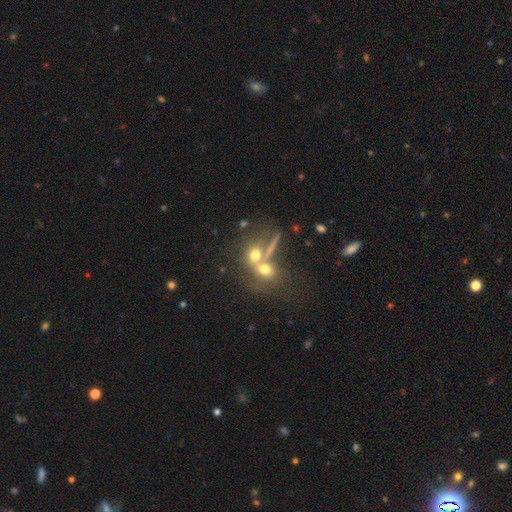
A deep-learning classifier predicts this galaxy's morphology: This appears to be a smooth galaxy with no disk features (53%) that is round (64%). Merging: merger (56%).